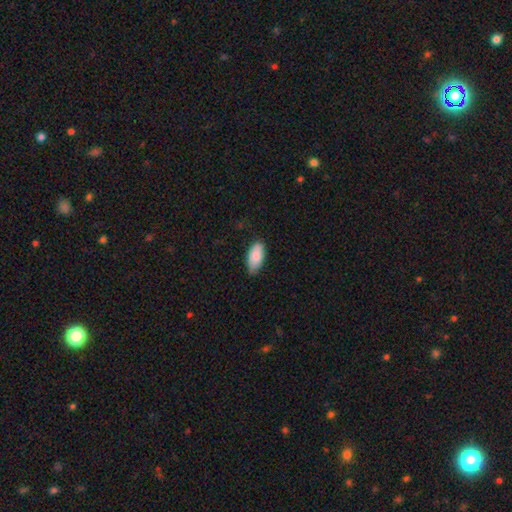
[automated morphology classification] smooth-or-featured: smooth: 88% | featured or disk: 6% | star or artifact: 6%
  how-rounded: in between: 92% | cigar-shaped: 6% | round: 2%
  merging: none: 74% | minor disturbance: 22% | major disturbance: 3% | merger: 1%